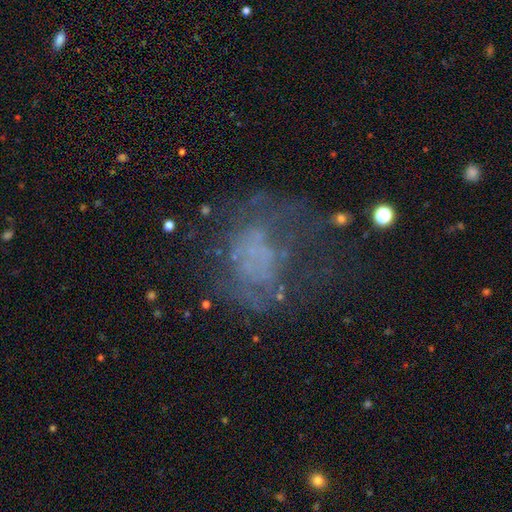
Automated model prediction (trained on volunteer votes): A featured or disk galaxy (48%).

Vote fractions:
- Smooth or featured? featured or disk: 48% / smooth: 27% / star or artifact: 25%
- Merging? none: 40% / major disturbance: 38% / minor disturbance: 18% / merger: 4%